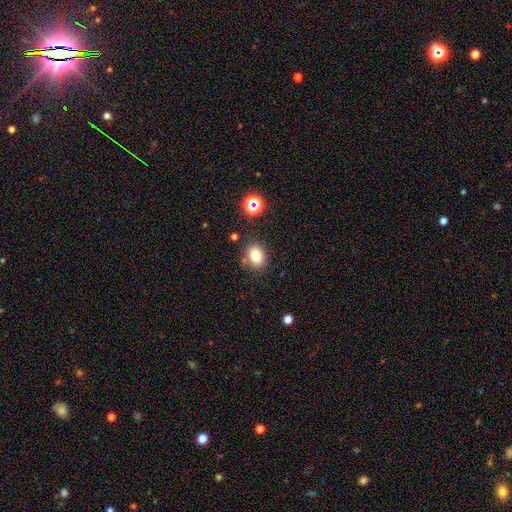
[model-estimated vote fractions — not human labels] smooth_or_featured: smooth (p=0.80) [alt: star or artifact p=0.13]
how_rounded: in between (p=0.58) [alt: round p=0.41]
merging: none (p=0.79) [alt: minor disturbance p=0.12]